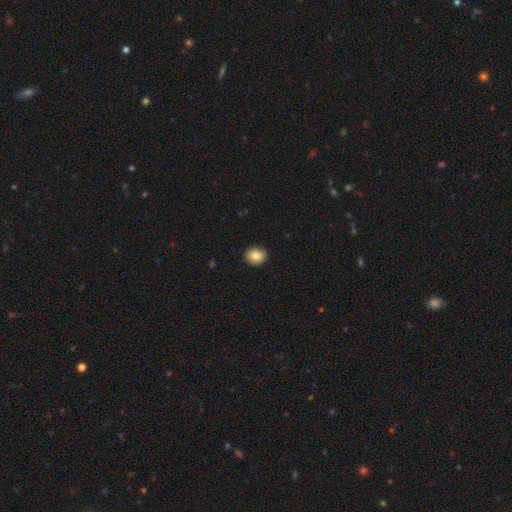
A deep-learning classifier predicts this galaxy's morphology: smooth 83%, star or artifact 9%, featured or disk 8%. Down the decision tree: how rounded — round (72%); merging — none (90%).